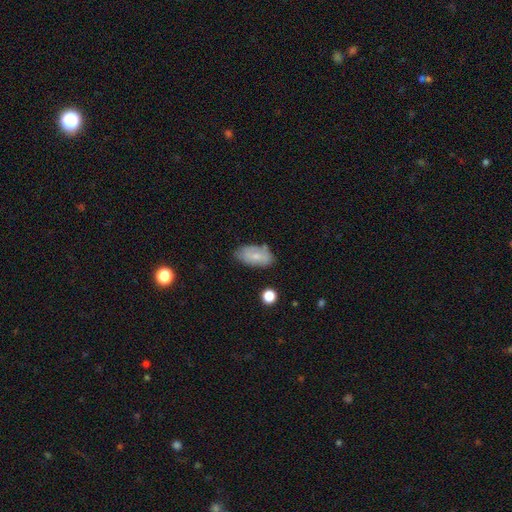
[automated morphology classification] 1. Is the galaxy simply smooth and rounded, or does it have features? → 68% smooth, 25% featured or disk, 7% star or artifact.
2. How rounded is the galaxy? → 93% in between, 4% round, 3% cigar-shaped.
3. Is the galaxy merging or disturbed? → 66% none, 25% minor disturbance, 5% major disturbance, 4% merger.